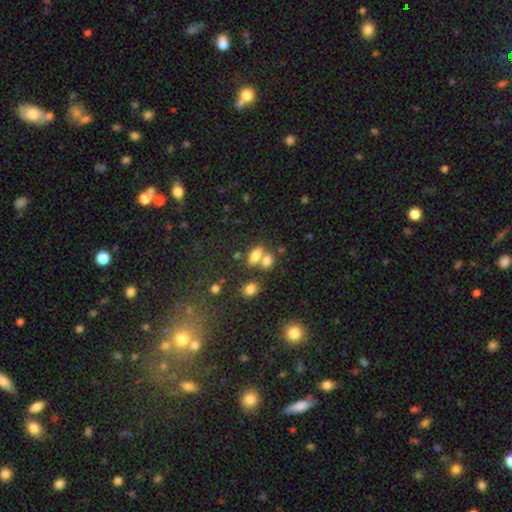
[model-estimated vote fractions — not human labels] A smooth galaxy with no disk features (75%) that is in between round and cigar-shaped (82%).

Vote fractions:
- Smooth or featured? smooth: 75% / featured or disk: 13% / star or artifact: 12%
- How rounded? in between: 82% / round: 10% / cigar-shaped: 8%
- Merging? merger: 43% / none: 42% / minor disturbance: 10% / major disturbance: 5%